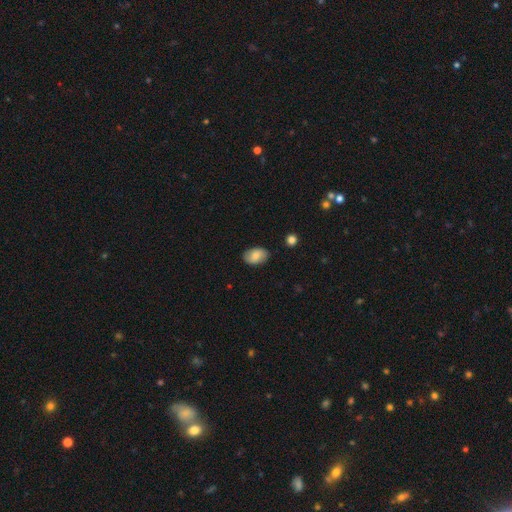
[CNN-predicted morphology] Overall: smooth (76%). How rounded: in between (89%). Merging: none (83%).